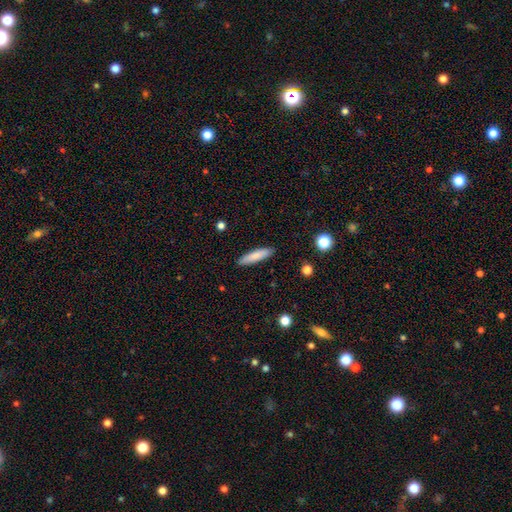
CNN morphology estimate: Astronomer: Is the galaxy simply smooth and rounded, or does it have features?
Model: smooth — 82%.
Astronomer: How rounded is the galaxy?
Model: cigar-shaped — 81%.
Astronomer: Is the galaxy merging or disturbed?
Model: none — 90%.